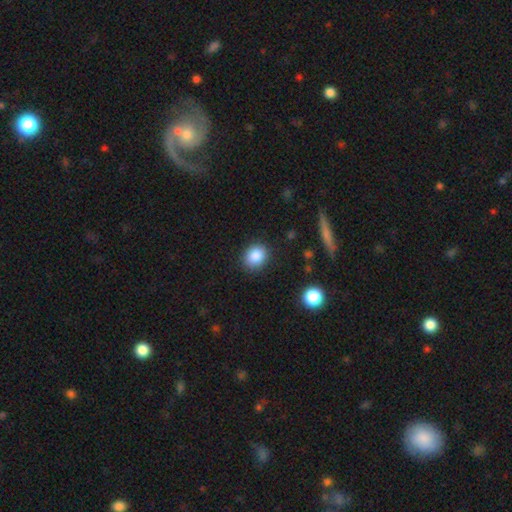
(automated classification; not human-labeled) This appears to be a smooth galaxy with no disk features (86%) that is round (66%). Merging: none (87%).